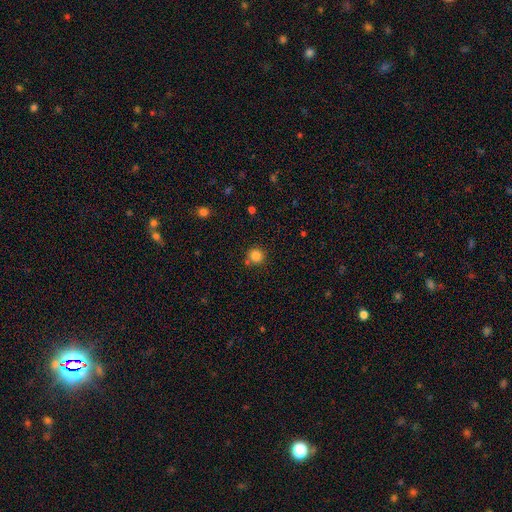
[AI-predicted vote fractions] smooth-or-featured: smooth: 84% | star or artifact: 12% | featured or disk: 4%
  how-rounded: round: 93% | in between: 6% | cigar-shaped: 1%
  merging: none: 81% | minor disturbance: 9% | merger: 7% | major disturbance: 3%